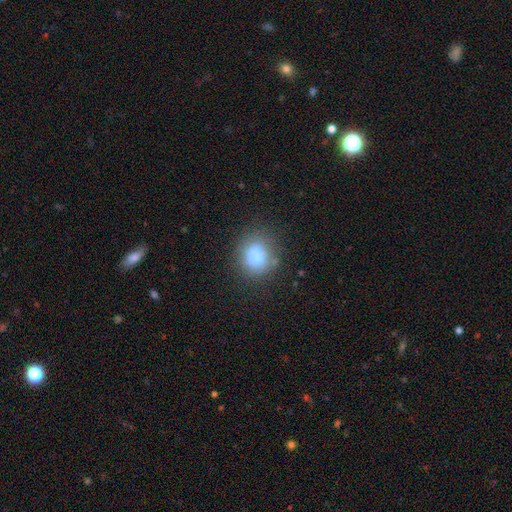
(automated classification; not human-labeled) A smooth galaxy with no disk features (71%) that is round (68%).

Vote fractions:
- Smooth or featured? smooth: 71% / featured or disk: 17% / star or artifact: 11%
- How rounded? round: 68% / in between: 31% / cigar-shaped: 1%
- Merging? none: 57% / minor disturbance: 18% / merger: 17% / major disturbance: 8%